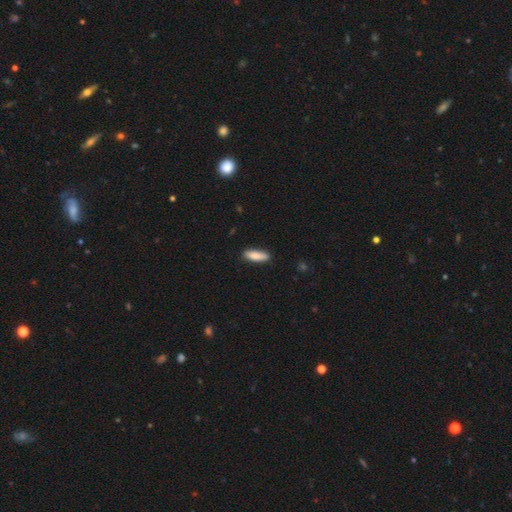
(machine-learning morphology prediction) type=smooth (86%); roundness=cigar-shaped (53%); merging=none (88%).